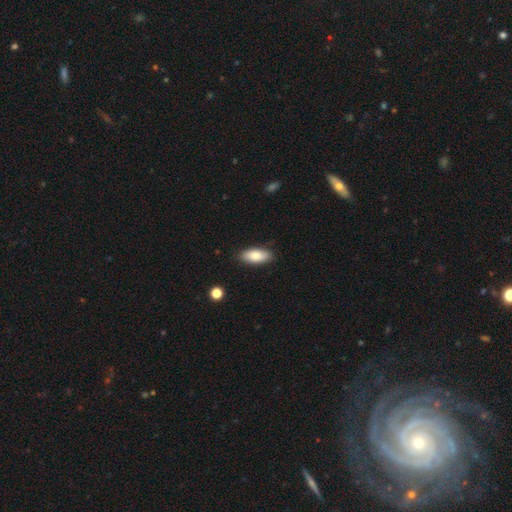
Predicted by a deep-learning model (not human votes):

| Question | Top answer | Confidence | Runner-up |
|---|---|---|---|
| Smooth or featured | smooth | 82% | featured or disk (11%) |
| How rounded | in between | 87% | cigar-shaped (10%) |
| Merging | none | 86% | minor disturbance (11%) |